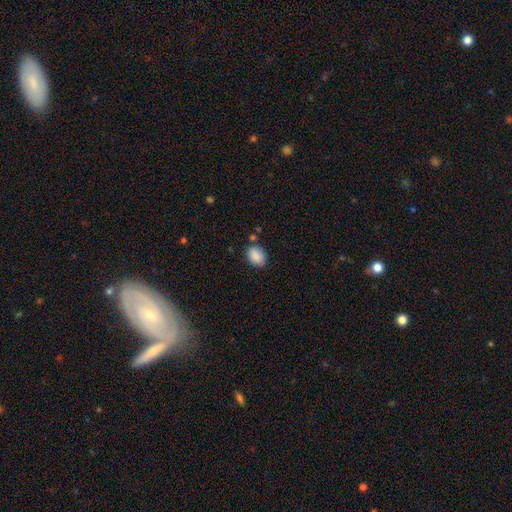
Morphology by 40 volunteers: Volunteers were most divided on "how rounded": in between: 58%, round: 42%, cigar-shaped: 0%. More confident: smooth or featured — smooth (90%); merging — none (89%).